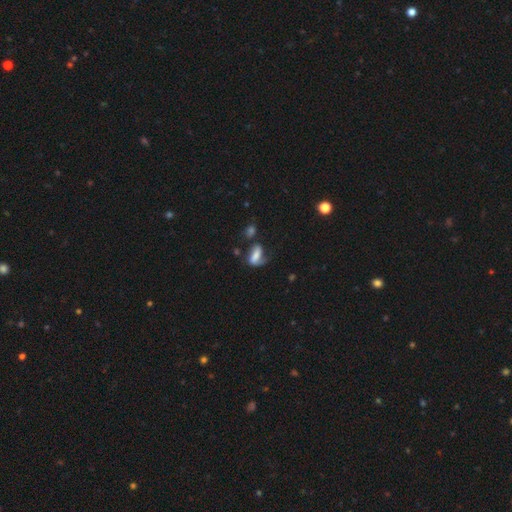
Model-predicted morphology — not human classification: This appears to be a smooth galaxy with no disk features (54%) that is in between round and cigar-shaped (79%). Merging: none (36%).